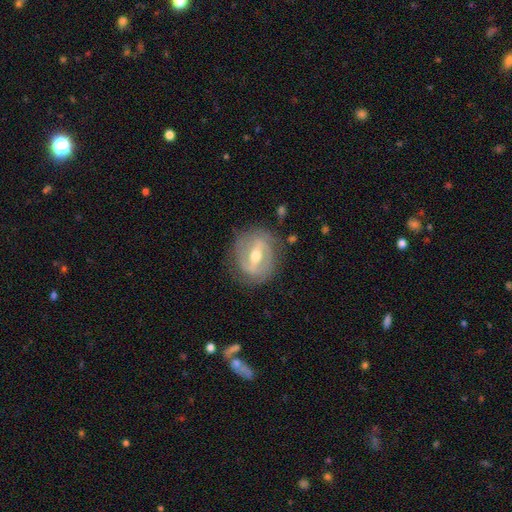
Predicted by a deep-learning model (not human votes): This is likely a featured or disk galaxy (80%). It is clearly not viewed edge-on (93%). Bar: possibly strong (58%). Spiral arm pattern: likely yes (74%). Spiral arm count: likely 2 (71%). Spiral winding: possibly tight (48%). Central bulge: likely moderate (72%). Merging: likely none (78%).